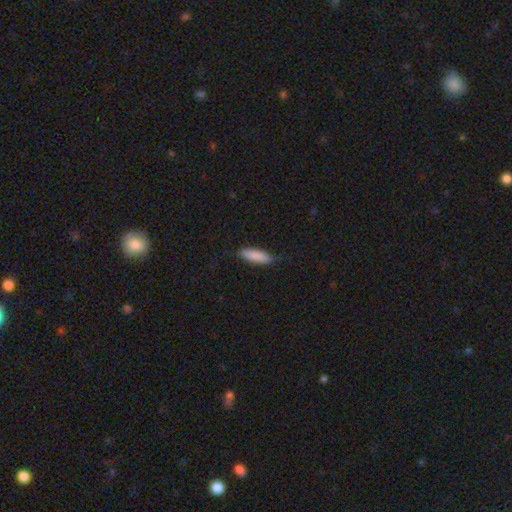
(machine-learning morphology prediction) type=smooth (87%); roundness=cigar-shaped (51%); merging=none (81%).